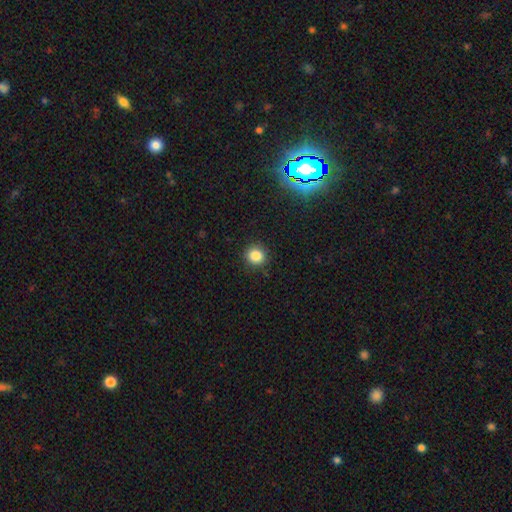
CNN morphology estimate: Smooth or featured? Predicted: smooth (p=0.85). How rounded? Predicted: round (p=0.89). Merging? Predicted: none (p=0.89).